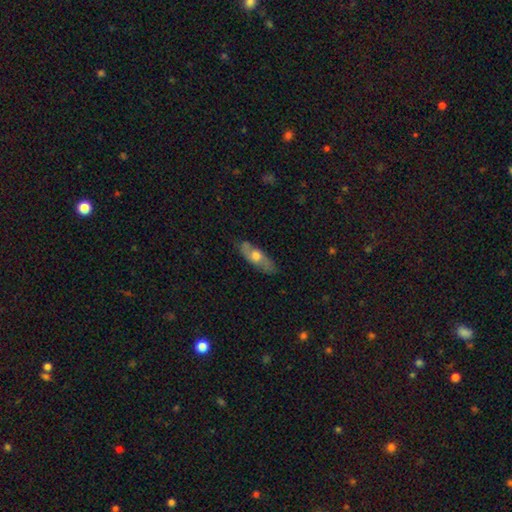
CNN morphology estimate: This appears to be a smooth galaxy with no disk features (50%). Merging: none (82%).